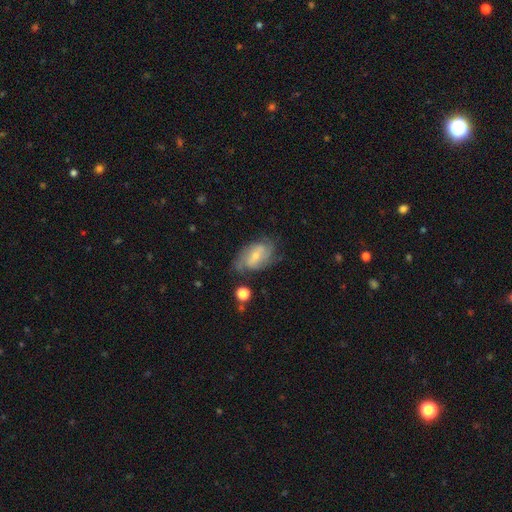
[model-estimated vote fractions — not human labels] Smooth or featured?
  - featured or disk: 67% *
  - smooth: 26%
  - star or artifact: 7%
Edge-on disk?
  - no: 95% *
  - yes: 5%
Bar?
  - weak: 45% *
  - no: 37%
  - strong: 18%
Spiral arms?
  - yes: 86% *
  - no: 14%
Spiral winding?
  - medium: 42% *
  - tight: 36%
  - loose: 22%
Spiral arm count?
  - 2: 43% *
  - can't tell: 30%
  - 3: 15%
  - 4: 5%
  - 1: 4%
  - more than 4: 3%
Bulge size?
  - small: 60% *
  - moderate: 34%
  - none: 3%
  - large: 2%
  - dominant: 1%
Merging?
  - none: 60% *
  - minor disturbance: 25%
  - major disturbance: 11%
  - merger: 4%